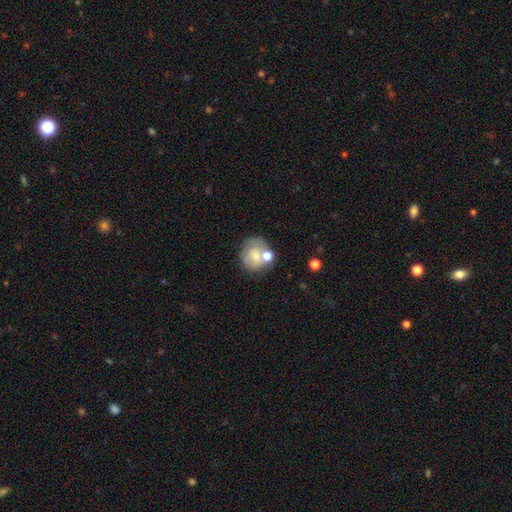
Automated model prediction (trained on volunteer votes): smooth-or-featured: smooth: 60% | featured or disk: 31% | star or artifact: 8%
  how-rounded: round: 76% | in between: 23% | cigar-shaped: 1%
  merging: none: 47% | merger: 26% | minor disturbance: 18% | major disturbance: 9%